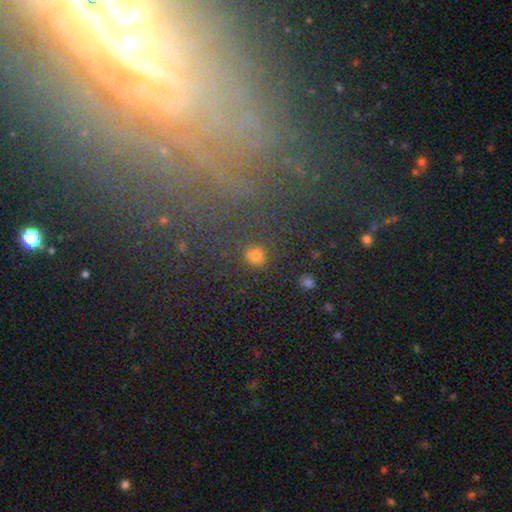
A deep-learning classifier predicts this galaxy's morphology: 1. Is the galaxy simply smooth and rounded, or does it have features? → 64% smooth, 28% star or artifact, 8% featured or disk.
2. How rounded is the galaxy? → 88% round, 10% in between, 2% cigar-shaped.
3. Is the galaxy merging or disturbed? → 79% none, 10% minor disturbance, 6% major disturbance, 5% merger.